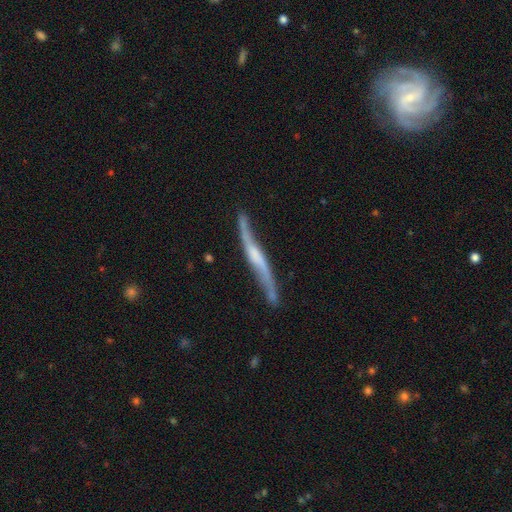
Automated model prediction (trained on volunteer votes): Smooth or featured?
  - featured or disk: 80% *
  - smooth: 14%
  - star or artifact: 5%
Edge-on disk?
  - yes: 72% *
  - no: 28%
Edge-on bulge?
  - rounded: 43% *
  - none: 36%
  - boxy: 21%
Merging?
  - none: 67% *
  - minor disturbance: 23%
  - major disturbance: 7%
  - merger: 3%